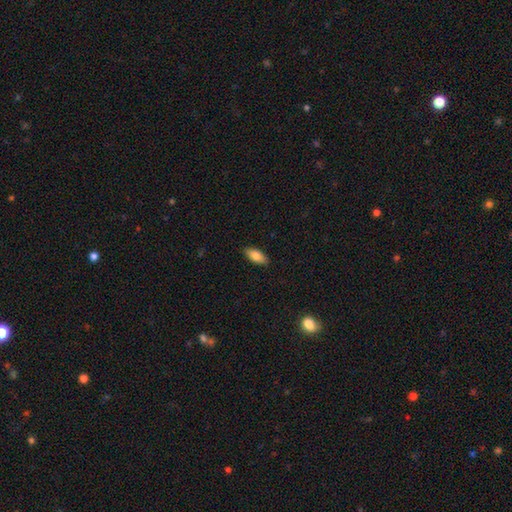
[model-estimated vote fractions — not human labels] This is clearly a smooth galaxy (81%). How rounded: clearly in between (86%). Merging: clearly none (88%).